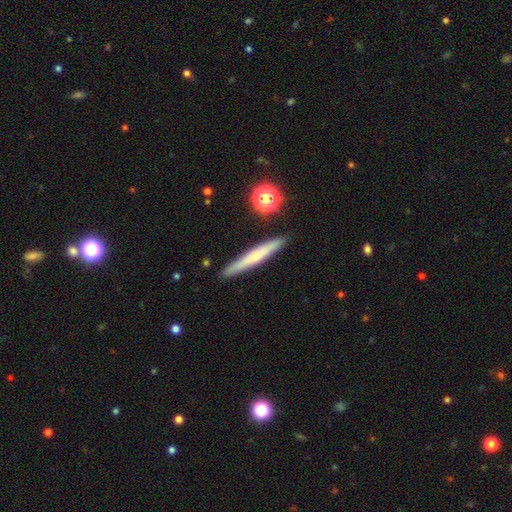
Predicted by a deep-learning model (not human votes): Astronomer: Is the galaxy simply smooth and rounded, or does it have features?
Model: smooth — 47% (runner-up: featured or disk, 46%).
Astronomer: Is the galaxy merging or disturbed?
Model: none — 89%.